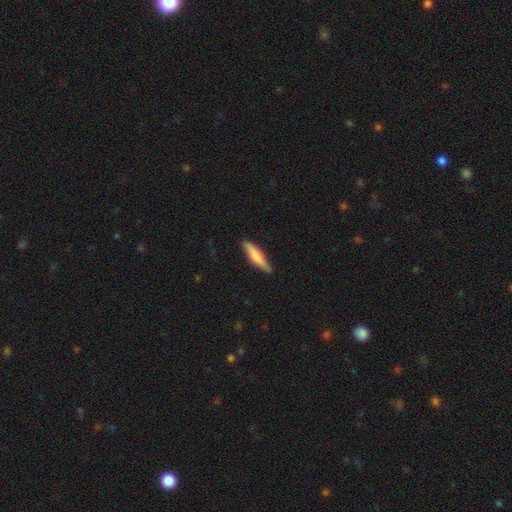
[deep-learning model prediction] Smooth or featured?
  - smooth: 73% *
  - featured or disk: 22%
  - star or artifact: 5%
How rounded?
  - cigar-shaped: 84% *
  - in between: 15%
  - round: 1%
Merging?
  - none: 81% *
  - minor disturbance: 15%
  - major disturbance: 2%
  - merger: 1%